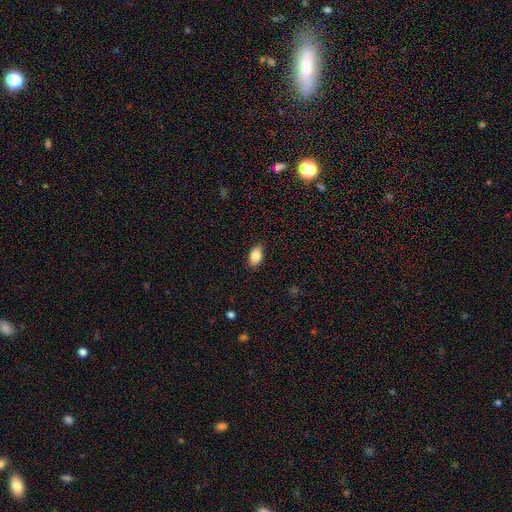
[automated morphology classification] smooth 85%, featured or disk 8%, star or artifact 8%. Down the decision tree: how rounded — in between (90%); merging — none (84%).